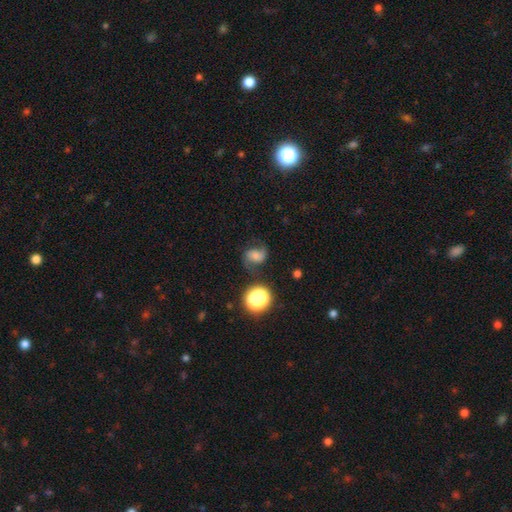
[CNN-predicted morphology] The model was most divided on "bulge size": moderate: 33%, small: 31%, none: 15%, large: 15%, dominant: 6%. More confident: edge-on disk — no (97%); spiral arms — yes (91%); merging — none (64%); bar — no (53%); smooth or featured — featured or disk (52%).